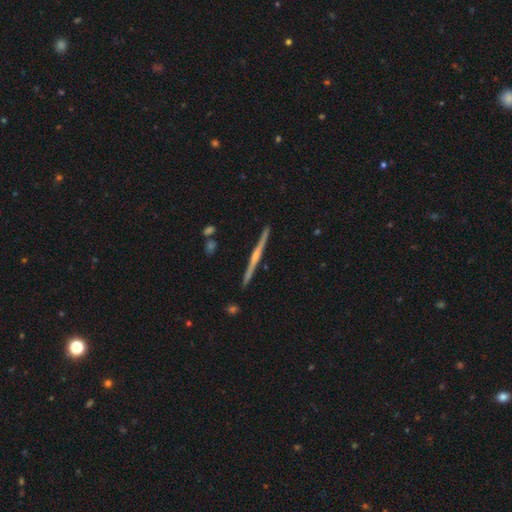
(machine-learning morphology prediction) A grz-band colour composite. It shows a featured or disk galaxy (74%) viewed edge-on (97%) with a rounded central bulge (64%). Merging: none (86%).